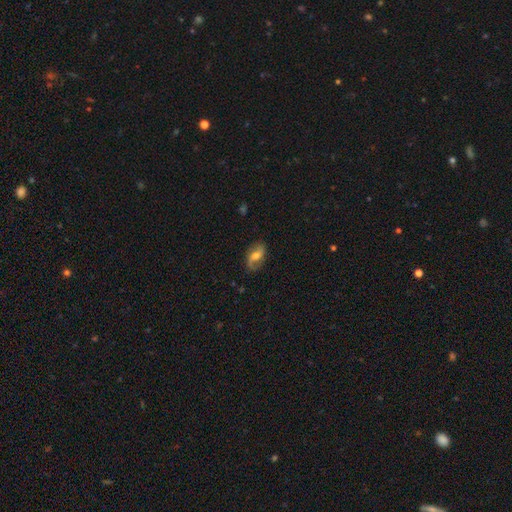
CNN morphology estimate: Smooth or featured? Predicted: featured or disk (p=0.64). Edge-on disk? Predicted: no (p=0.94). Bar? Predicted: weak (p=0.43). Spiral arms? Predicted: yes (p=0.89). Spiral winding? Predicted: loose (p=0.68). Spiral arm count? Predicted: 2 (p=0.87). Bulge size? Predicted: moderate (p=0.63). Merging? Predicted: none (p=0.79).